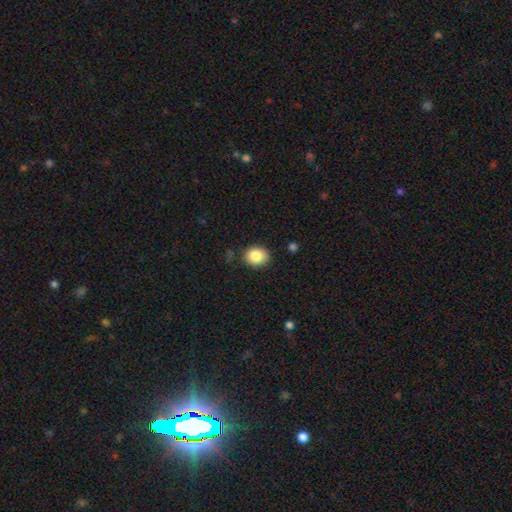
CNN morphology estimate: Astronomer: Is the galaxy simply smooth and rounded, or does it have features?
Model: smooth — 84%.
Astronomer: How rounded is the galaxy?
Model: round — 67%.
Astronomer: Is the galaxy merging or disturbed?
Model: none — 85%.